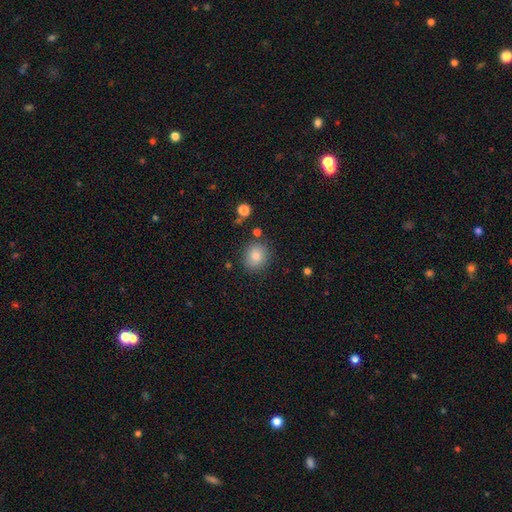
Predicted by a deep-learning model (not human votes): Morphology: type=smooth (81%); roundness=round (80%); merging=none (83%).